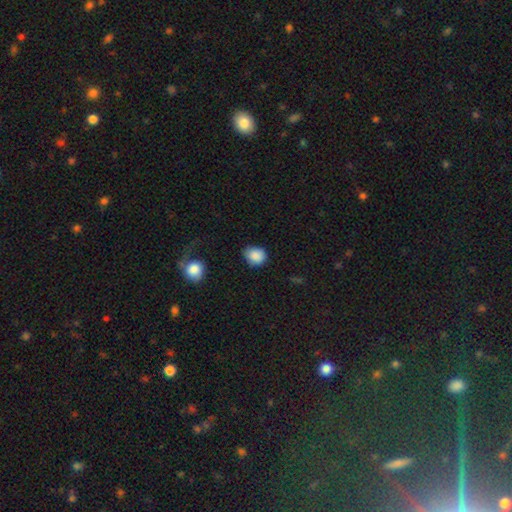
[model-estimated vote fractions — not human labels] Smooth or featured?
  - smooth: 87% *
  - star or artifact: 8%
  - featured or disk: 5%
How rounded?
  - round: 66% *
  - in between: 33%
  - cigar-shaped: 1%
Merging?
  - none: 65% *
  - minor disturbance: 27%
  - major disturbance: 5%
  - merger: 2%